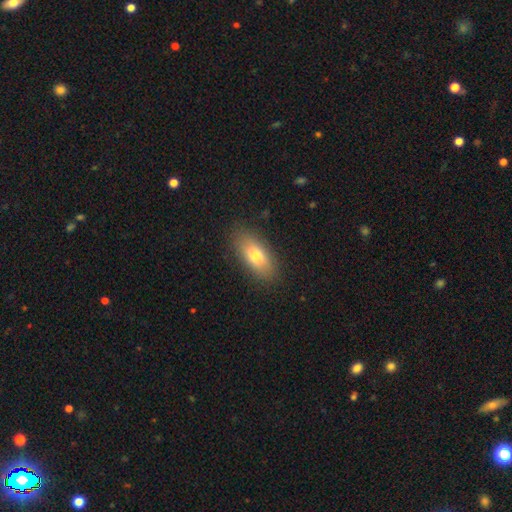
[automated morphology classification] A smooth galaxy with no disk features (74%) that is in between round and cigar-shaped (83%). Merging: none (86%).